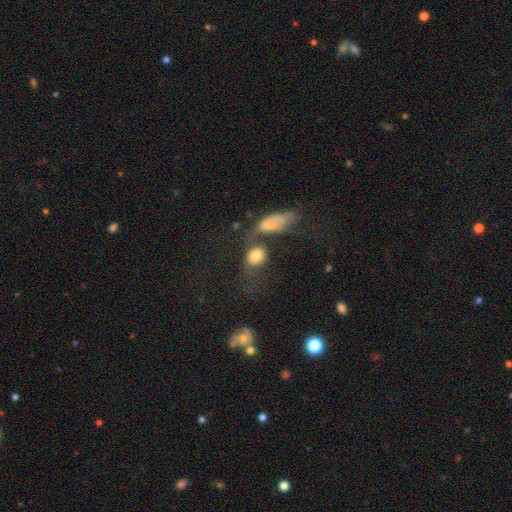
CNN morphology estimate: smooth 74%, featured or disk 16%, star or artifact 10%. Down the decision tree: how rounded — round (53%); merging — merger (42%).